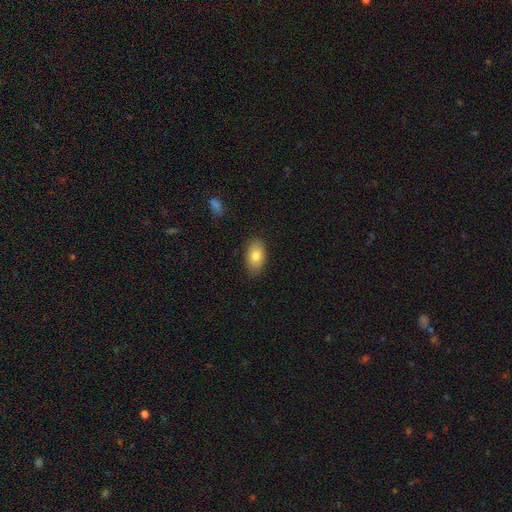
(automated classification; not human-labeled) Morphology: type=smooth (81%); roundness=in between (92%); merging=none (85%).